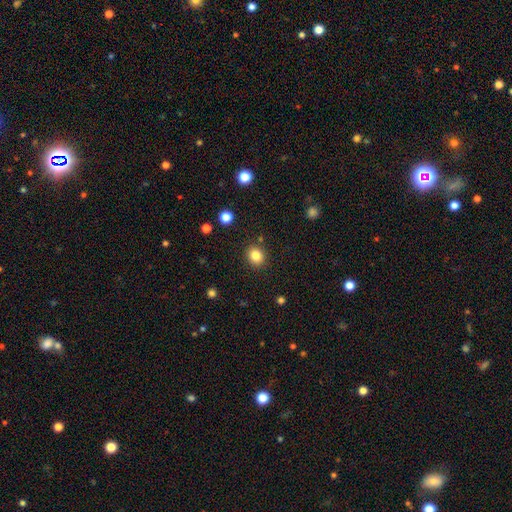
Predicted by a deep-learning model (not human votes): Smooth or featured? smooth (83%)
How rounded? round (71%)
Merging? none (89%)